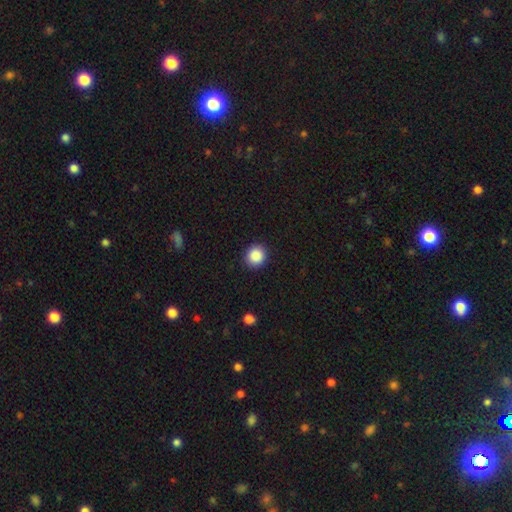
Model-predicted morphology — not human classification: The model was most divided on "how rounded": round: 88%, in between: 11%, cigar-shaped: 1%. More confident: merging — none (90%); smooth or featured — smooth (88%).